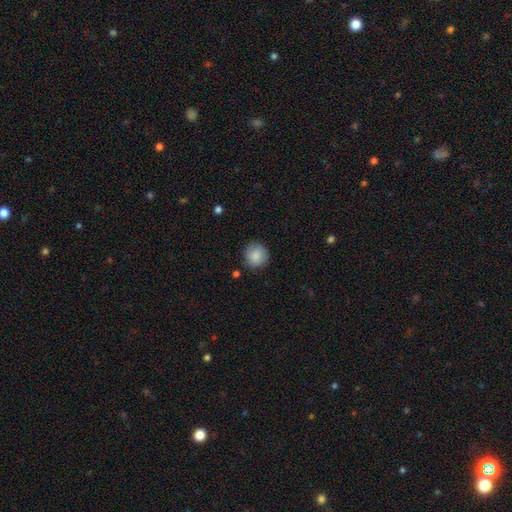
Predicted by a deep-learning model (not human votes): Overall: smooth (85%). How rounded: round (91%). Merging: none (84%).